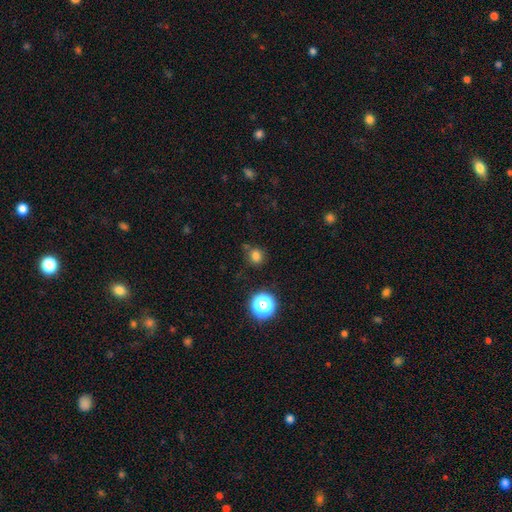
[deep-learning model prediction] Smooth or featured? smooth (76%)
How rounded? round (75%)
Merging? none (74%)